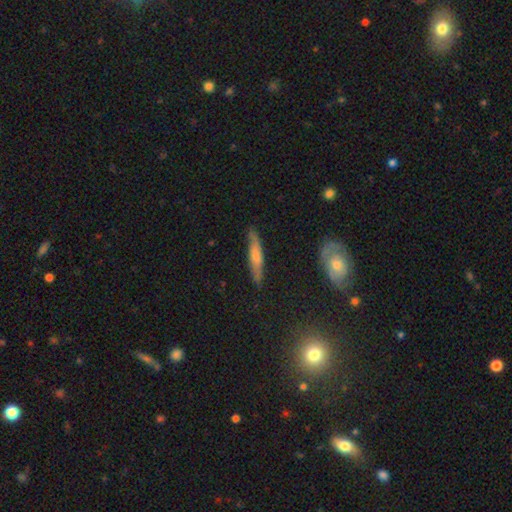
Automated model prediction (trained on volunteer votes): Smooth or featured: smooth — 51% (featured or disk — 43%)
How rounded: cigar-shaped — 87% (in between — 11%)
Merging: none — 83% (minor disturbance — 13%)